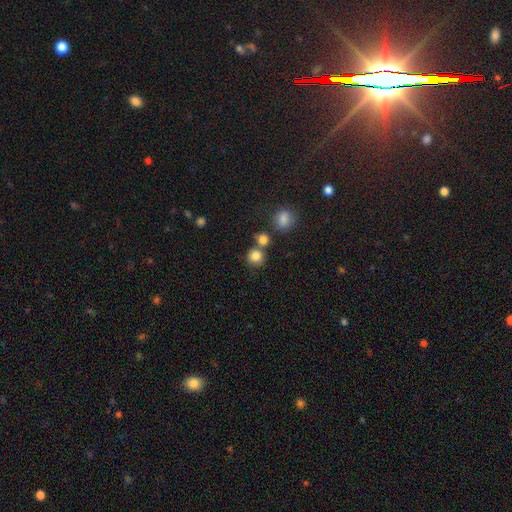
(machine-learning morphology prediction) smooth 83%, star or artifact 11%, featured or disk 6%. Down the decision tree: how rounded — round (87%); merging — none (62%).